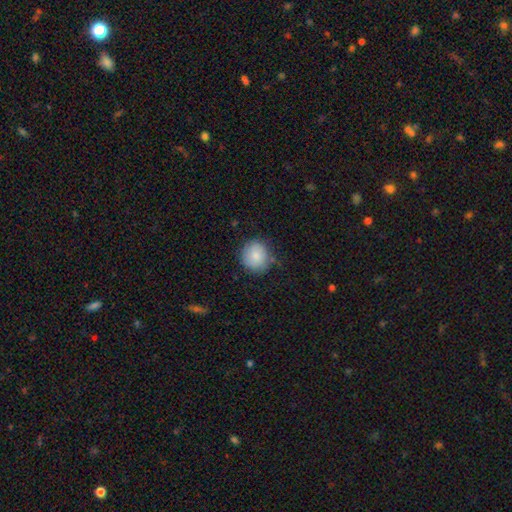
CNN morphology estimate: A smooth galaxy with no disk features (82%) that is round (89%).

Vote fractions:
- Smooth or featured? smooth: 82% / featured or disk: 11% / star or artifact: 7%
- How rounded? round: 89% / in between: 10% / cigar-shaped: 1%
- Merging? none: 78% / minor disturbance: 17% / major disturbance: 4% / merger: 2%